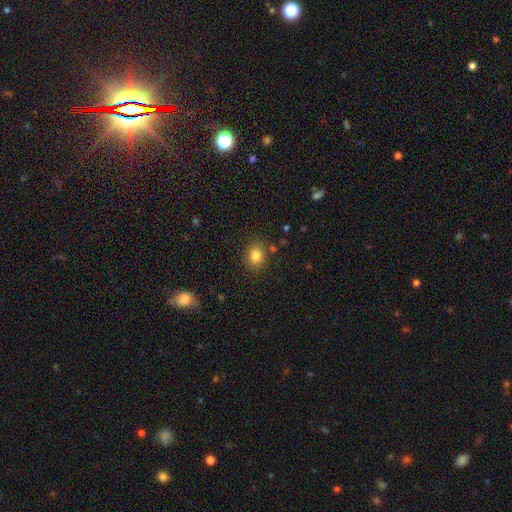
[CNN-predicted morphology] Smooth or featured? smooth (82%)
How rounded? round (65%)
Merging? none (85%)